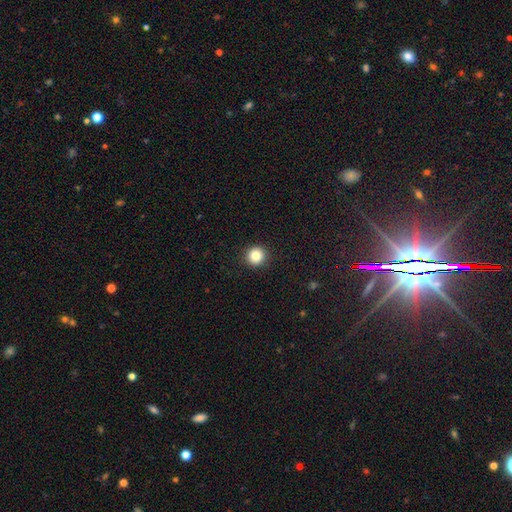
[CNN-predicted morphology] Smooth or featured? Predicted: smooth (p=0.84). How rounded? Predicted: round (p=0.93). Merging? Predicted: none (p=0.92).